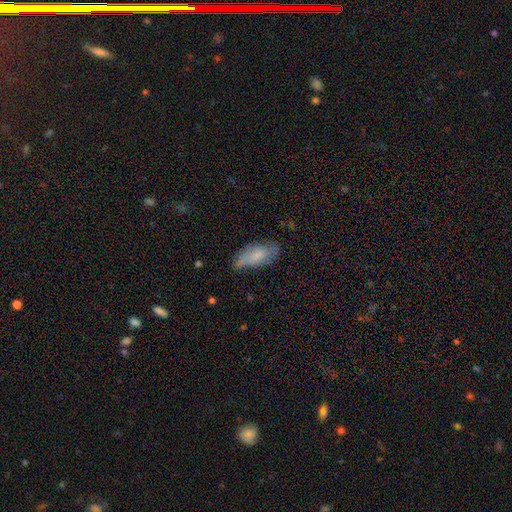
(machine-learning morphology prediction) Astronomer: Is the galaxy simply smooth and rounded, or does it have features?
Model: smooth — 68%.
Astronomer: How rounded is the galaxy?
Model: in between — 83%.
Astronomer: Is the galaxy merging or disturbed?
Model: none — 52% (runner-up: minor disturbance, 35%).